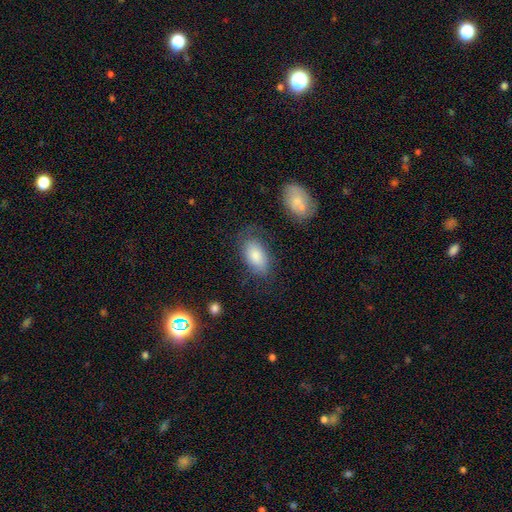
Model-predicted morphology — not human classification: Smooth or featured? smooth (78%)
How rounded? in between (93%)
Merging? none (63%)